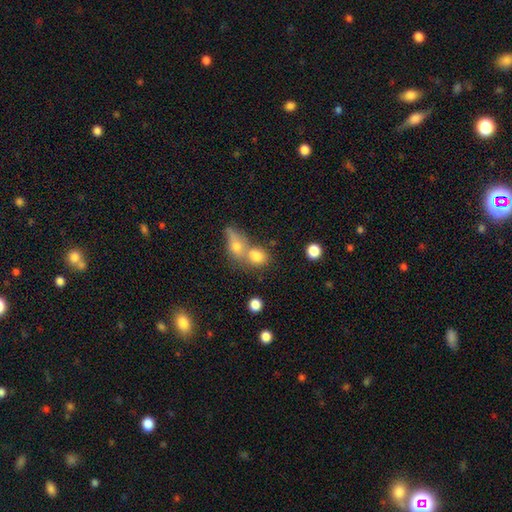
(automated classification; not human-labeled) Smooth or featured?
  - smooth: 76% *
  - featured or disk: 12%
  - star or artifact: 11%
How rounded?
  - round: 50% *
  - in between: 47%
  - cigar-shaped: 3%
Merging?
  - merger: 55% *
  - none: 32%
  - minor disturbance: 8%
  - major disturbance: 5%